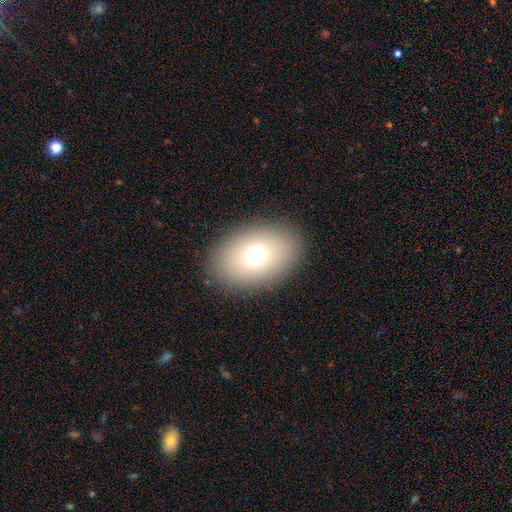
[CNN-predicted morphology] smooth-or-featured: smooth: 70% | featured or disk: 17% | star or artifact: 13%
  how-rounded: in between: 79% | round: 20% | cigar-shaped: 1%
  merging: none: 87% | minor disturbance: 8% | major disturbance: 4% | merger: 1%